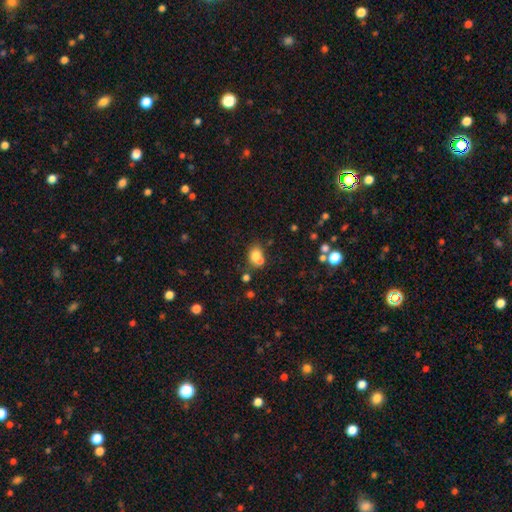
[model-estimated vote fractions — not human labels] Smooth or featured: smooth — 75% (star or artifact — 13%)
How rounded: in between — 52% (round — 47%)
Merging: merger — 44% (none — 40%)